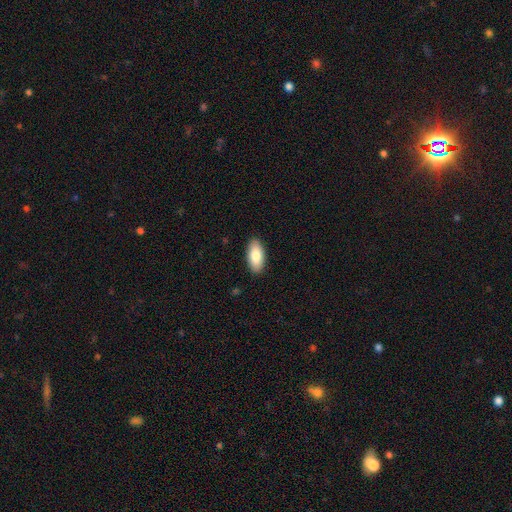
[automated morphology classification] A smooth galaxy with no disk features (84%) that is in between round and cigar-shaped (91%). Merging: none (90%).